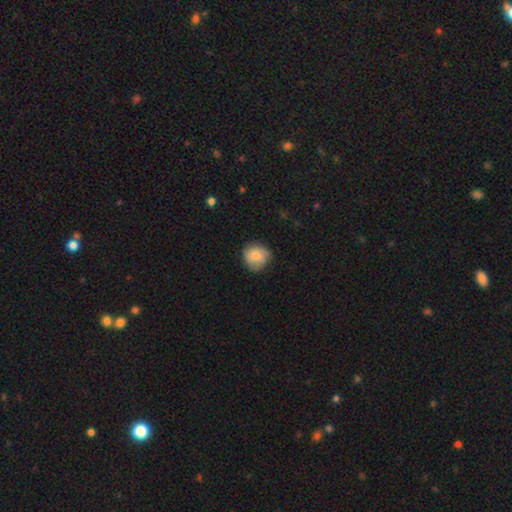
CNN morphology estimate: Smooth or featured? smooth (74%)
How rounded? round (87%)
Merging? none (72%)